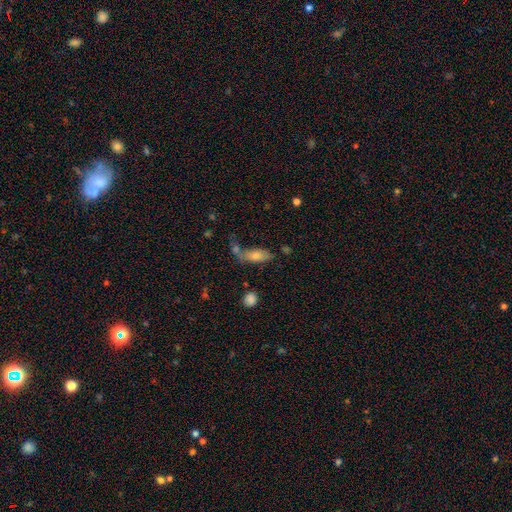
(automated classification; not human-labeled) This is likely a smooth galaxy (75%). How rounded: likely in between (78%). Merging: possibly none (52%).